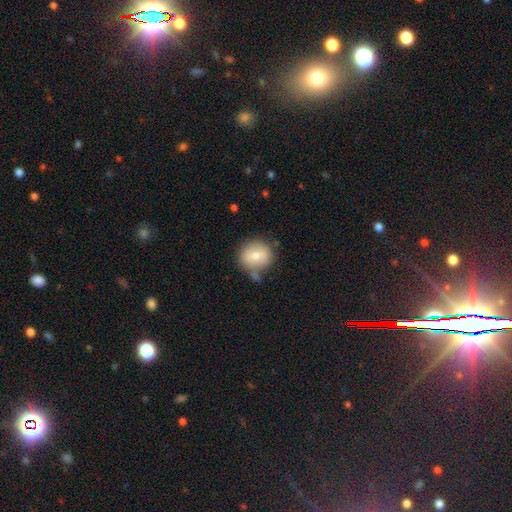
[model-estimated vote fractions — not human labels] smooth 72%, featured or disk 20%, star or artifact 8%. Down the decision tree: how rounded — round (86%); merging — none (68%).